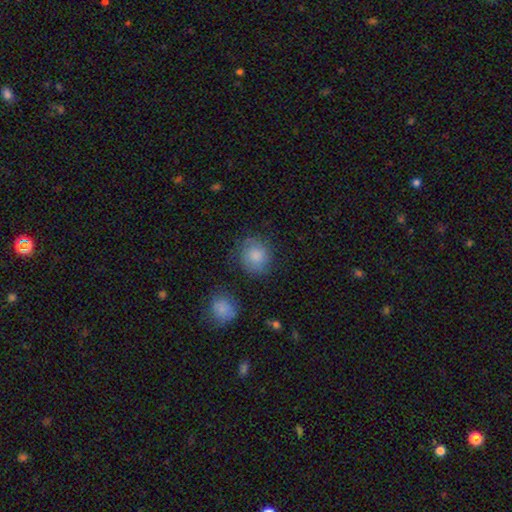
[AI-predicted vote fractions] Overall: smooth (83%). How rounded: round (85%). Merging: none (75%).